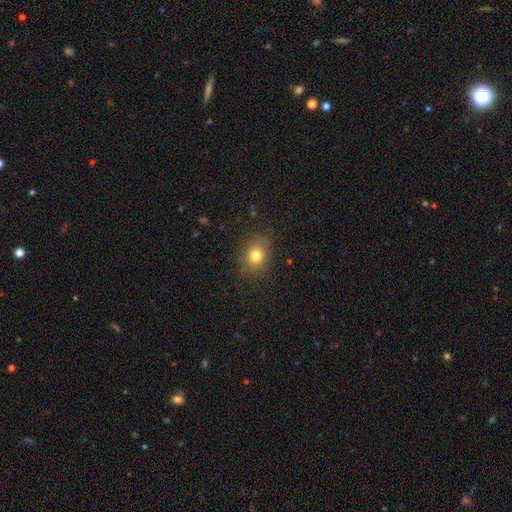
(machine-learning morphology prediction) Smooth or featured: smooth — 78% (star or artifact — 13%)
How rounded: round — 61% (in between — 38%)
Merging: none — 82% (minor disturbance — 12%)